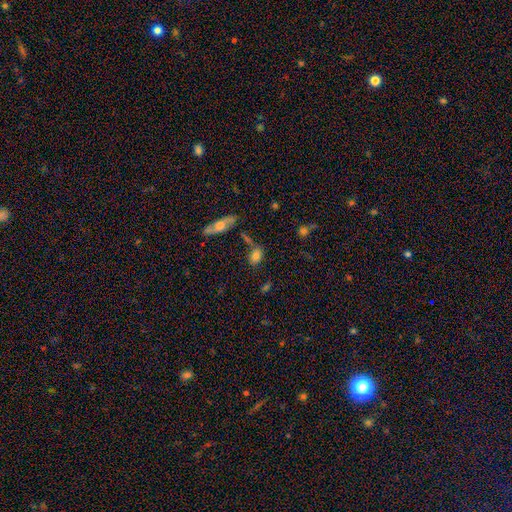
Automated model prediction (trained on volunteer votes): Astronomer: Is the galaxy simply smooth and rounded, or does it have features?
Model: smooth — 77%.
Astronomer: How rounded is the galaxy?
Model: in between — 80%.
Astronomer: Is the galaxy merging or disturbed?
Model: none — 67%.